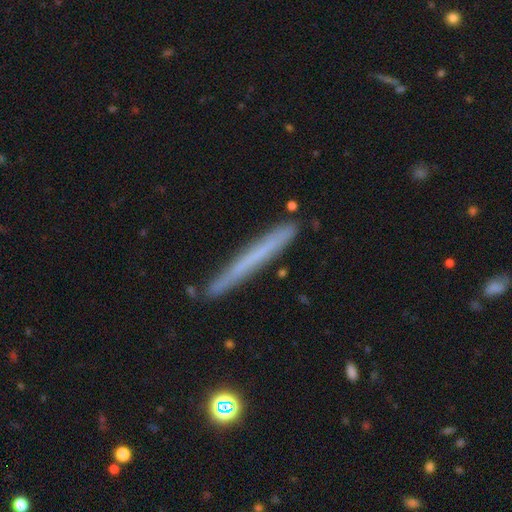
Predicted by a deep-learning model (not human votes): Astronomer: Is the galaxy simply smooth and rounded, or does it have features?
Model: smooth — 52% (runner-up: featured or disk, 40%).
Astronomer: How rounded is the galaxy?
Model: cigar-shaped — 97%.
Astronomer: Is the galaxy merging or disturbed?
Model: none — 85%.